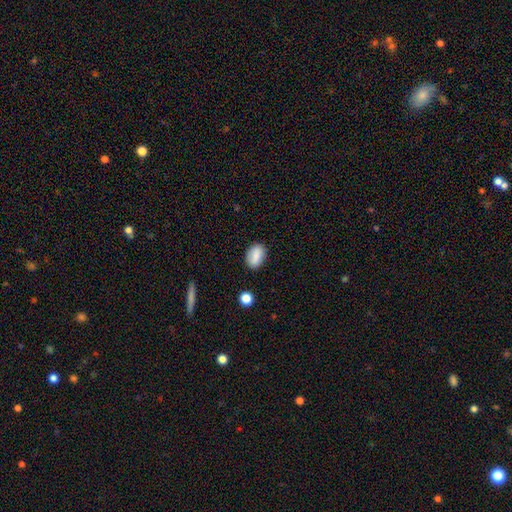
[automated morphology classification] This appears to be a smooth galaxy with no disk features (83%) that is in between round and cigar-shaped (86%). Merging: none (83%).